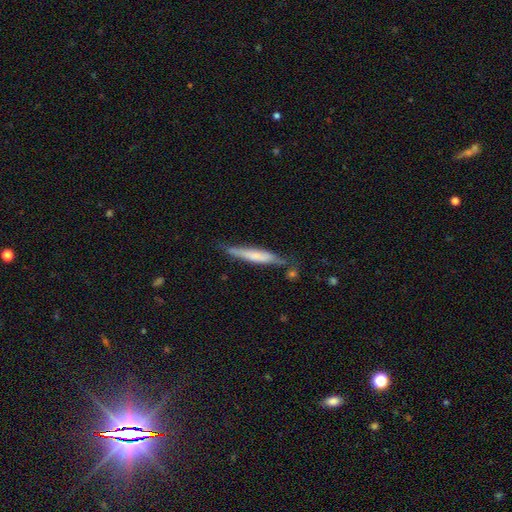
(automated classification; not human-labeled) Smooth or featured? smooth (53%)
How rounded? cigar-shaped (92%)
Merging? none (69%)